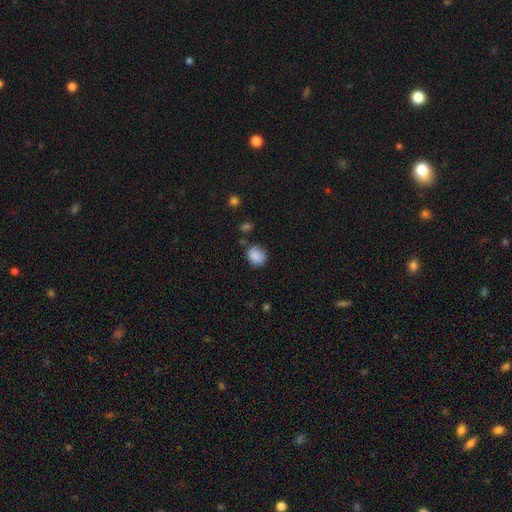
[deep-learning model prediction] Q: Smooth or featured?
A: smooth (87%); runner-up: star or artifact (9%)
Q: How rounded?
A: round (62%); runner-up: in between (37%)
Q: Merging?
A: none (74%); runner-up: minor disturbance (17%)